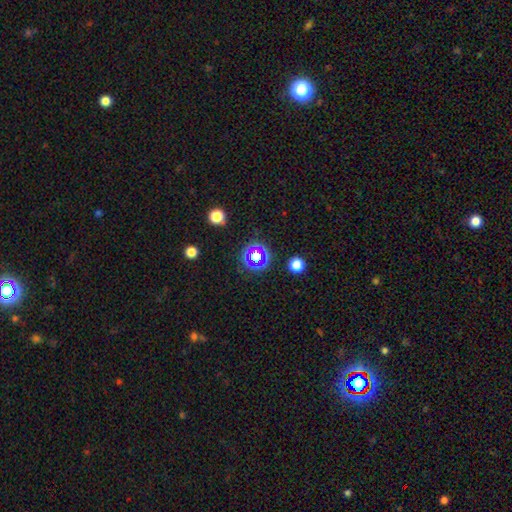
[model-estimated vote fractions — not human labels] Smooth or featured? Predicted: star or artifact (p=0.56).